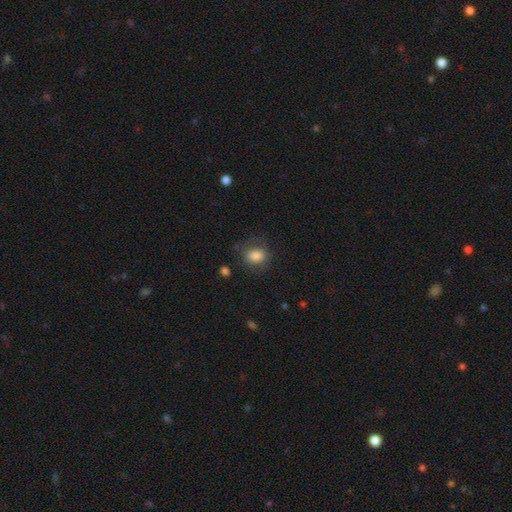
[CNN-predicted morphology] This is clearly a smooth galaxy (81%). How rounded: possibly round (50%). Merging: likely none (69%).